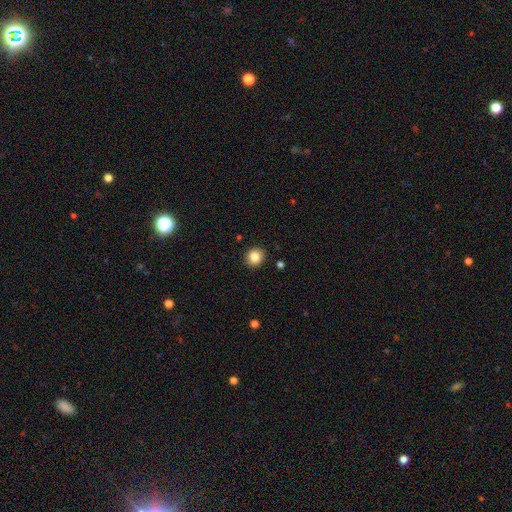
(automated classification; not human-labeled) Smooth or featured: smooth — 85% (star or artifact — 10%)
How rounded: round — 89% (in between — 10%)
Merging: none — 91% (minor disturbance — 6%)